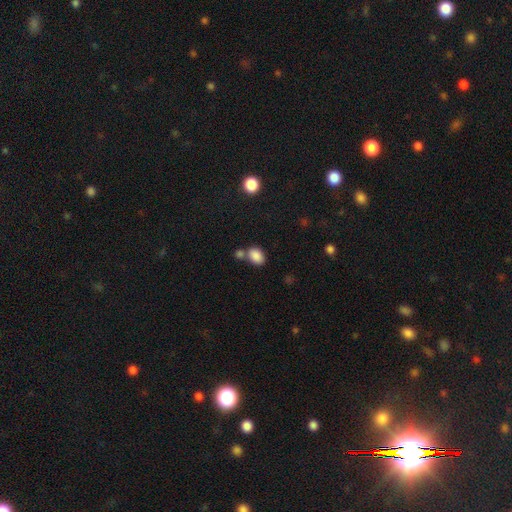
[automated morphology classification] Smooth or featured? Predicted: smooth (p=0.86). How rounded? Predicted: in between (p=0.76). Merging? Predicted: none (p=0.54).